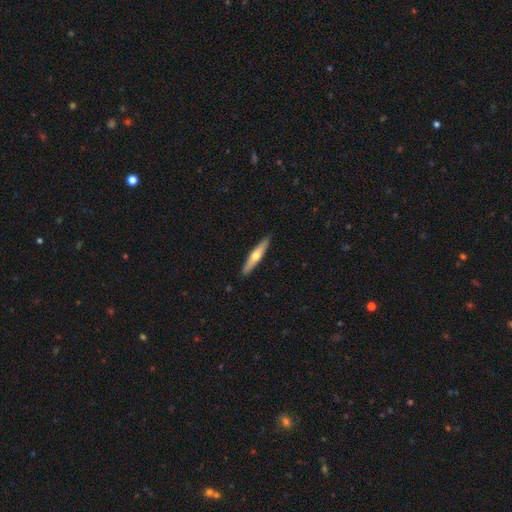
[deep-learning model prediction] This appears to be a featured or disk galaxy (53%) viewed edge-on (94%). Merging: none (91%).